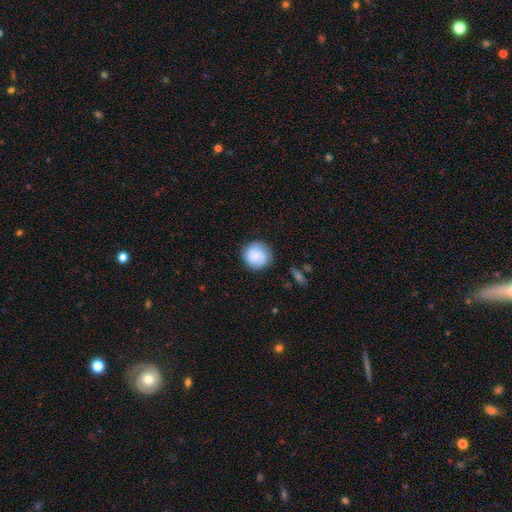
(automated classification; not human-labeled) A smooth galaxy with no disk features (73%) that is round (92%).

Vote fractions:
- Smooth or featured? smooth: 73% / featured or disk: 19% / star or artifact: 7%
- How rounded? round: 92% / in between: 7% / cigar-shaped: 1%
- Merging? none: 81% / minor disturbance: 14% / major disturbance: 4% / merger: 2%